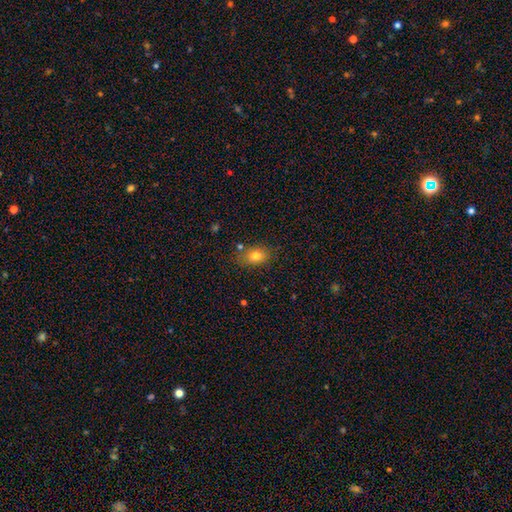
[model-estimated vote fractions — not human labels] This appears to be a smooth galaxy with no disk features (79%) that is in between round and cigar-shaped (74%). Merging: none (76%).